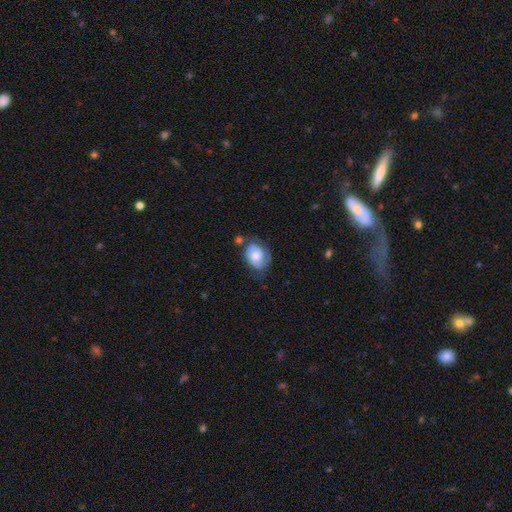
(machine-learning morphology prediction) Smooth or featured?
  - featured or disk: 59% *
  - smooth: 33%
  - star or artifact: 7%
Edge-on disk?
  - no: 97% *
  - yes: 3%
Bar?
  - no: 65% *
  - weak: 30%
  - strong: 5%
Spiral arms?
  - yes: 88% *
  - no: 12%
Spiral winding?
  - tight: 48% *
  - medium: 39%
  - loose: 14%
Spiral arm count?
  - 2: 72% *
  - can't tell: 13%
  - 1: 10%
  - 3: 3%
  - 4: 1%
  - more than 4: 1%
Bulge size?
  - moderate: 48% *
  - small: 27%
  - large: 16%
  - none: 7%
  - dominant: 2%
Merging?
  - none: 59% *
  - minor disturbance: 26%
  - major disturbance: 11%
  - merger: 4%